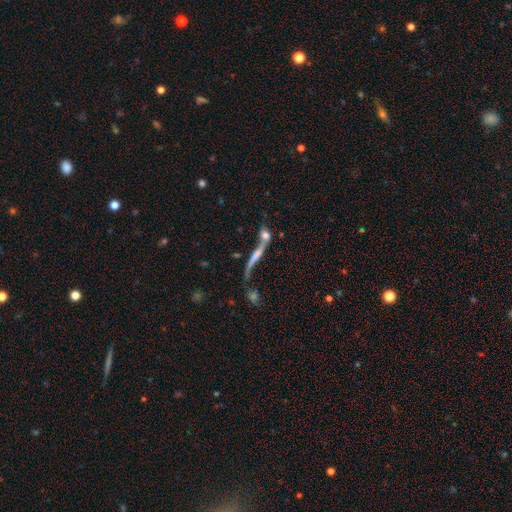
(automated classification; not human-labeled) Smooth or featured?
  - featured or disk: 56% *
  - smooth: 32%
  - star or artifact: 12%
Edge-on disk?
  - yes: 53% *
  - no: 47%
Merging?
  - merger: 52% *
  - none: 25%
  - major disturbance: 12%
  - minor disturbance: 10%